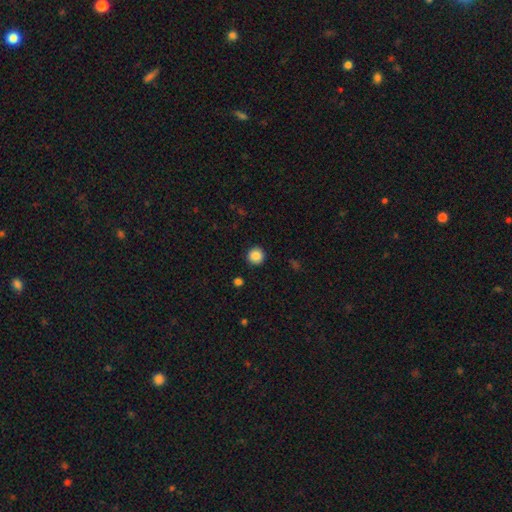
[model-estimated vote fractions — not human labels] Q: Smooth or featured?
A: smooth (86%); runner-up: star or artifact (9%)
Q: How rounded?
A: round (95%); runner-up: in between (5%)
Q: Merging?
A: none (92%); runner-up: minor disturbance (5%)